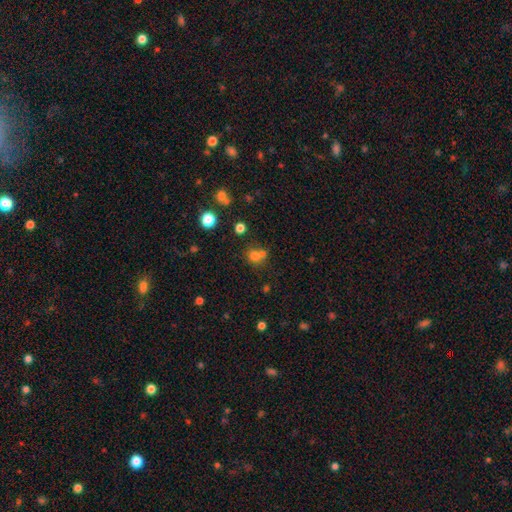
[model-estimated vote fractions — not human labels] The model was most divided on "merging": none: 45%, merger: 43%, minor disturbance: 8%, major disturbance: 4%. More confident: how rounded — round (80%); smooth or featured — smooth (70%).